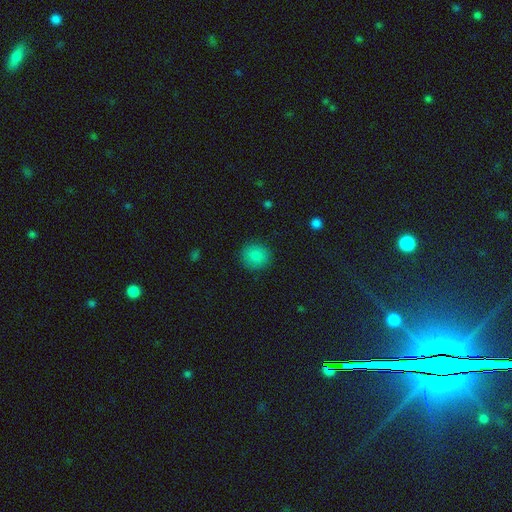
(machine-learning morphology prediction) Q: Smooth or featured?
A: smooth (84%); runner-up: star or artifact (10%)
Q: How rounded?
A: round (87%); runner-up: in between (12%)
Q: Merging?
A: none (89%); runner-up: minor disturbance (8%)